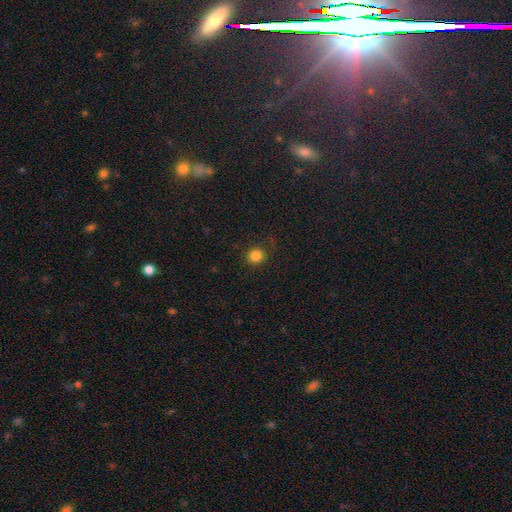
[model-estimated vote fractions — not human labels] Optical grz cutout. It shows a smooth galaxy with no disk features (84%) that is round (89%). Merging: none (86%).